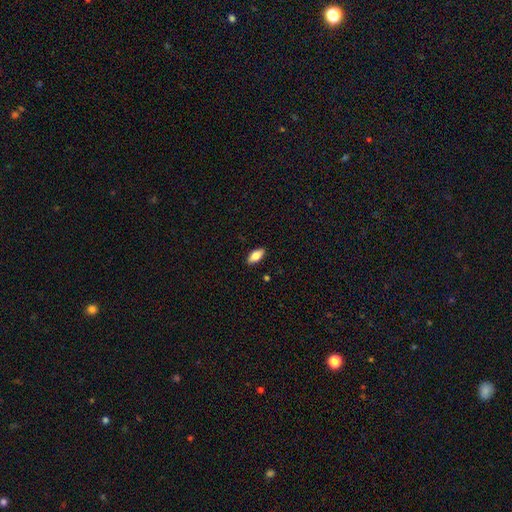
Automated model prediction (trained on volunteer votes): A smooth galaxy with no disk features (79%) that is in between round and cigar-shaped (88%). Merging: none (89%).